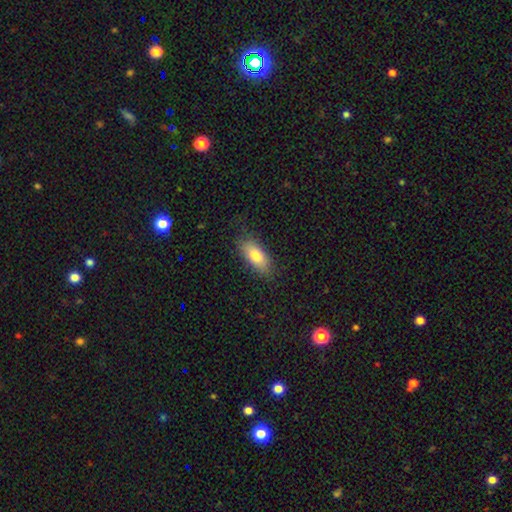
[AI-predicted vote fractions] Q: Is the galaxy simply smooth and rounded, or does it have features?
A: smooth — 79%.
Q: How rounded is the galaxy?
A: in between — 83%.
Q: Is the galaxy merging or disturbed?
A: none — 81%.